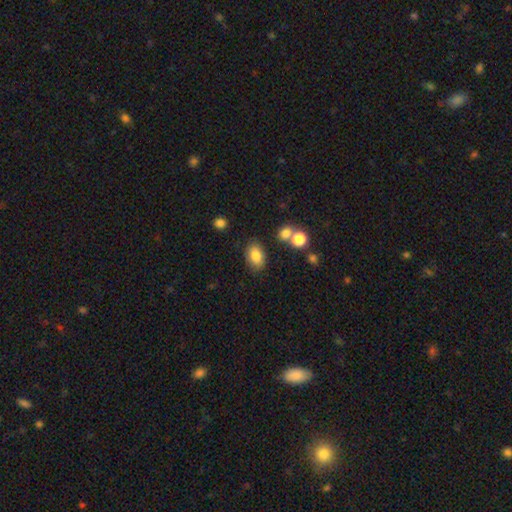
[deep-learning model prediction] Overall: smooth (82%). How rounded: in between (87%). Merging: none (79%).